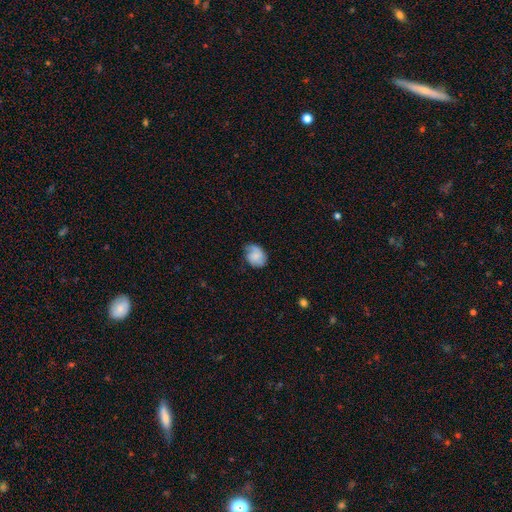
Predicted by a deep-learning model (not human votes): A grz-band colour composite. It shows a smooth galaxy with no disk features (52%) that is in between round and cigar-shaped (54%). Merging: none (58%).